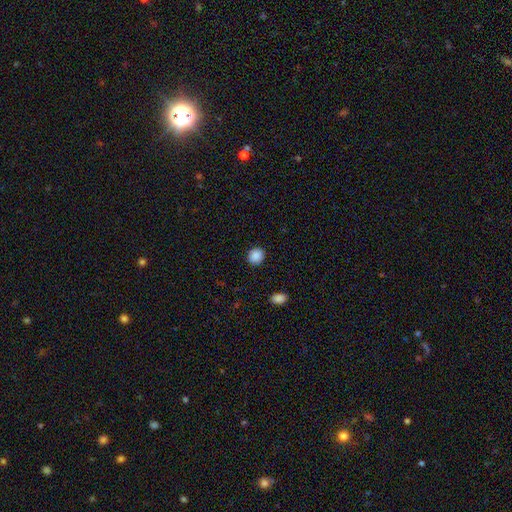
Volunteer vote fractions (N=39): Smooth or featured: smooth — 95% (featured or disk — 5%)
How rounded: round — 70% (in between — 30%)
Merging: none — 92% (minor disturbance — 8%)